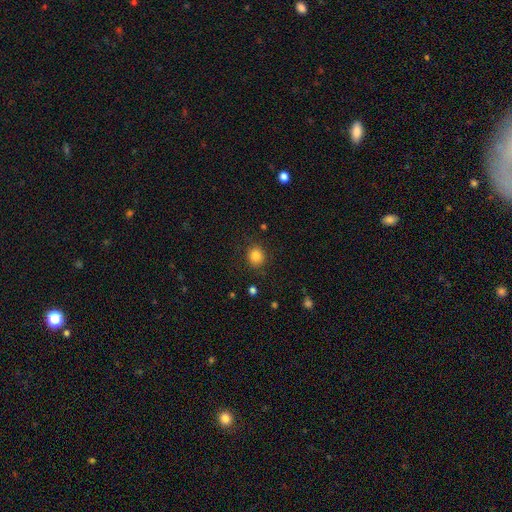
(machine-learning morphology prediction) smooth 84%, star or artifact 11%, featured or disk 5%. Down the decision tree: how rounded — round (79%); merging — none (86%).